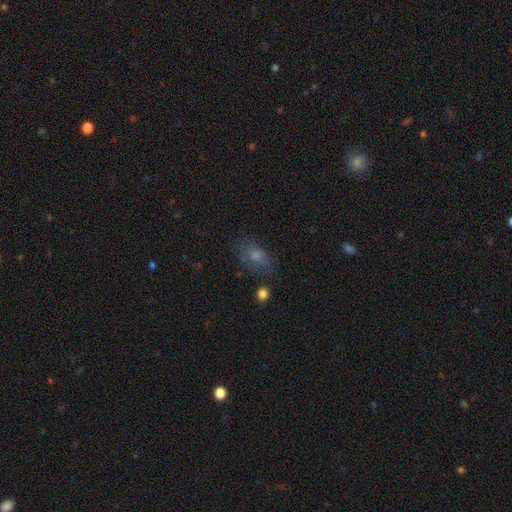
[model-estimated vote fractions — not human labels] A smooth galaxy with no disk features (72%) that is in between round and cigar-shaped (81%).

Vote fractions:
- Smooth or featured? smooth: 72% / featured or disk: 16% / star or artifact: 13%
- How rounded? in between: 81% / round: 16% / cigar-shaped: 3%
- Merging? none: 64% / minor disturbance: 23% / major disturbance: 10% / merger: 4%